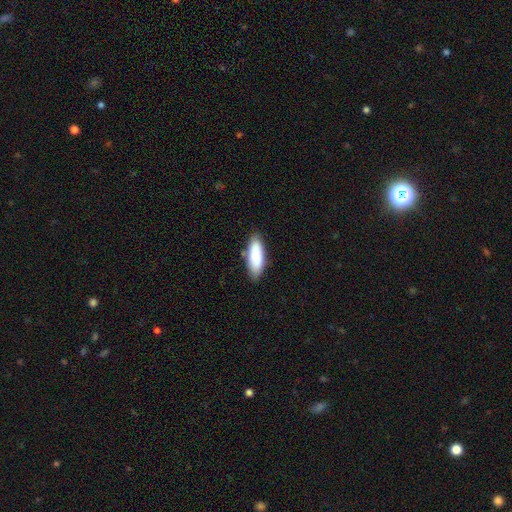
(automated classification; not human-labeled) Smooth or featured: smooth — 87% (featured or disk — 8%)
How rounded: in between — 69% (cigar-shaped — 29%)
Merging: none — 81% (minor disturbance — 14%)